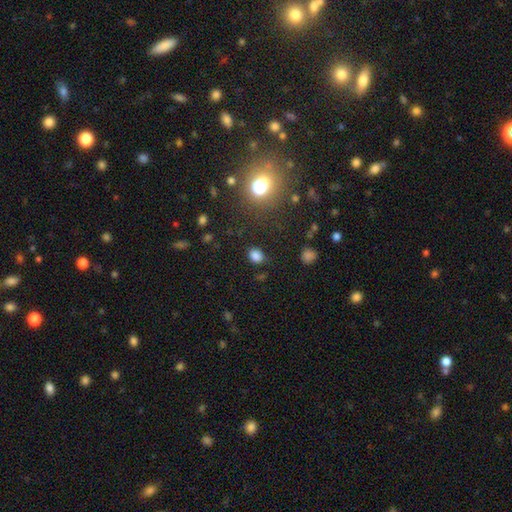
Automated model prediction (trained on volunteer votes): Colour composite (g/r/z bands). It shows a smooth galaxy with no disk features (80%) that is in between round and cigar-shaped (53%). Merging: none (83%).